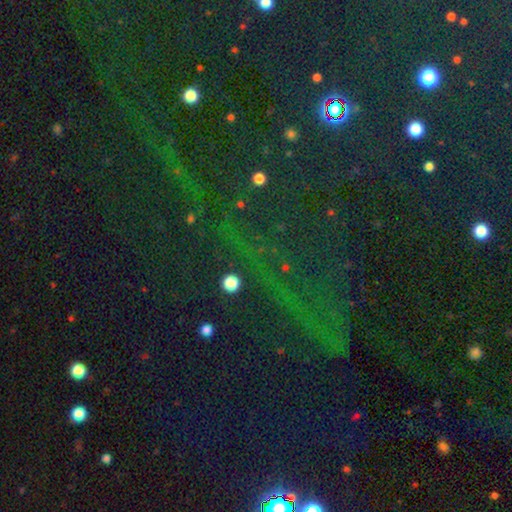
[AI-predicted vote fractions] A star or artifact, not a galaxy (79%).

Vote fractions:
- Smooth or featured? star or artifact: 79% / smooth: 12% / featured or disk: 8%